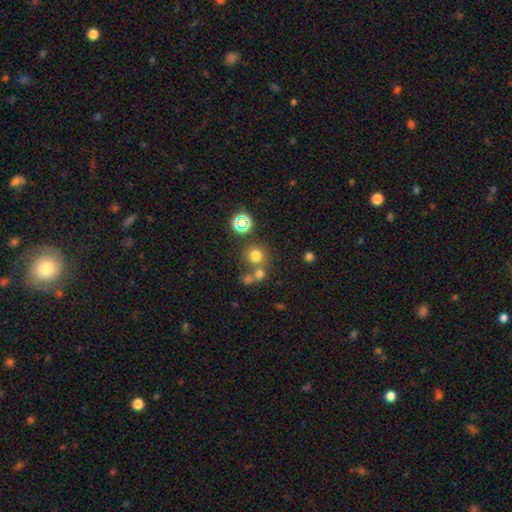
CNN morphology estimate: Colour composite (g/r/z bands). It shows a smooth galaxy with no disk features (68%) that is round (90%). Merging: none (64%).